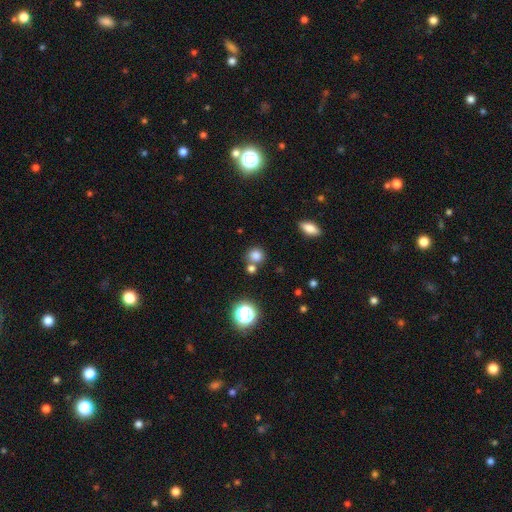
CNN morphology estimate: type=smooth (78%); roundness=round (86%); merging=none (67%).